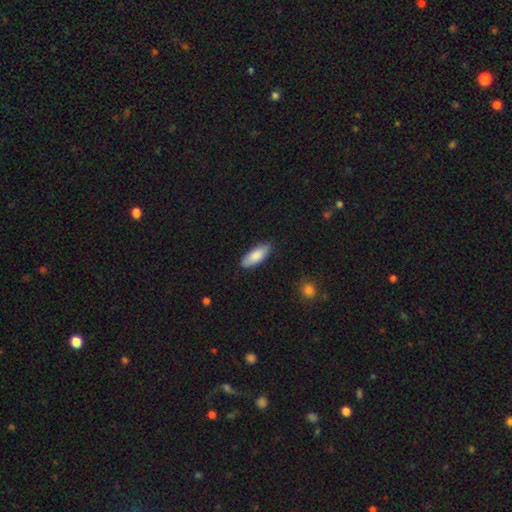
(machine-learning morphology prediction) The model was most divided on "how rounded": in between: 75%, cigar-shaped: 23%, round: 2%. More confident: merging — none (84%); smooth or featured — smooth (84%).